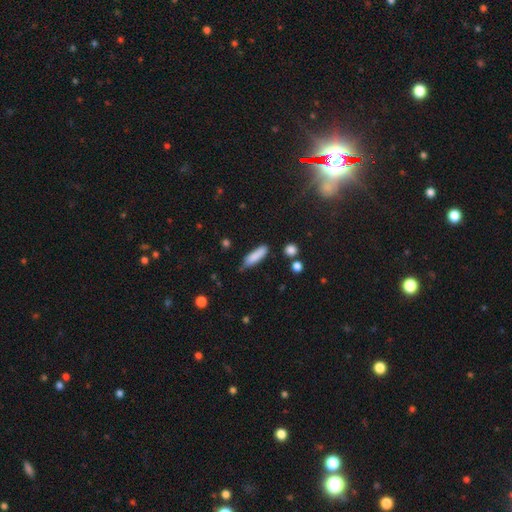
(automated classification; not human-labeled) The model was most divided on "how rounded": cigar-shaped: 60%, in between: 38%, round: 2%. More confident: smooth or featured — smooth (83%); merging — none (64%).